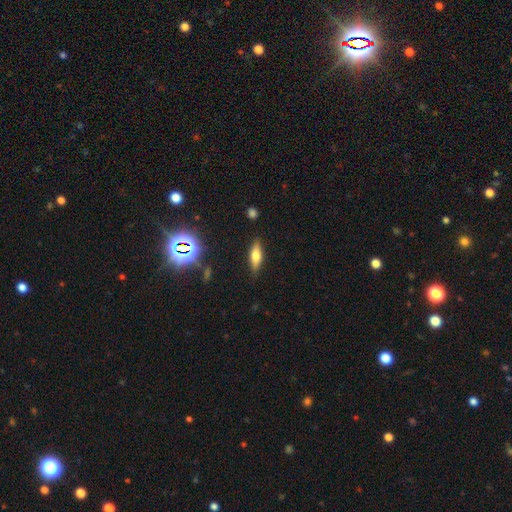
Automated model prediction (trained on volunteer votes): Q: Smooth or featured?
A: smooth (58%); runner-up: featured or disk (31%)
Q: How rounded?
A: in between (51%); runner-up: cigar-shaped (46%)
Q: Merging?
A: none (85%); runner-up: minor disturbance (11%)